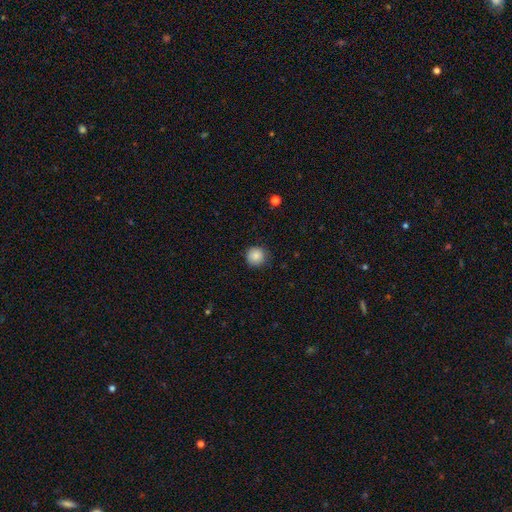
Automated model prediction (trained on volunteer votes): Morphology: type=smooth (86%); roundness=round (95%); merging=none (85%).